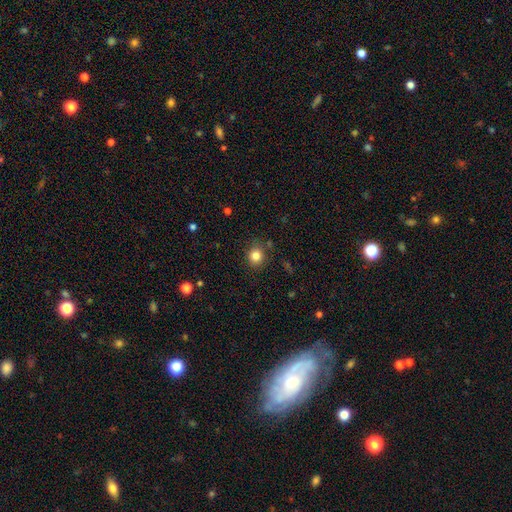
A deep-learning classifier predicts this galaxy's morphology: The model was most divided on "how rounded": round: 83%, in between: 16%, cigar-shaped: 1%. More confident: merging — none (85%); smooth or featured — smooth (82%).